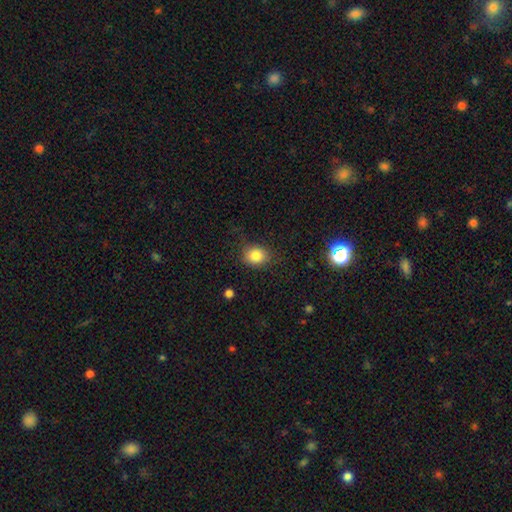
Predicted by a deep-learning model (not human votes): The model was most divided on "how rounded": round: 61%, in between: 38%, cigar-shaped: 1%. More confident: smooth or featured — smooth (83%); merging — none (79%).